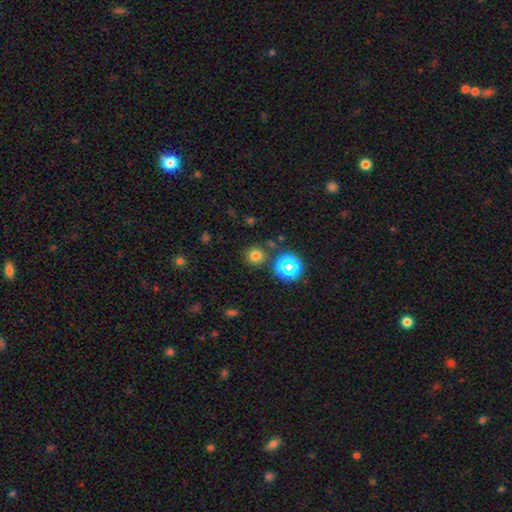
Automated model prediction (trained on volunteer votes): Smooth or featured: smooth — 72% (star or artifact — 21%)
How rounded: round — 91% (in between — 8%)
Merging: none — 83% (minor disturbance — 8%)